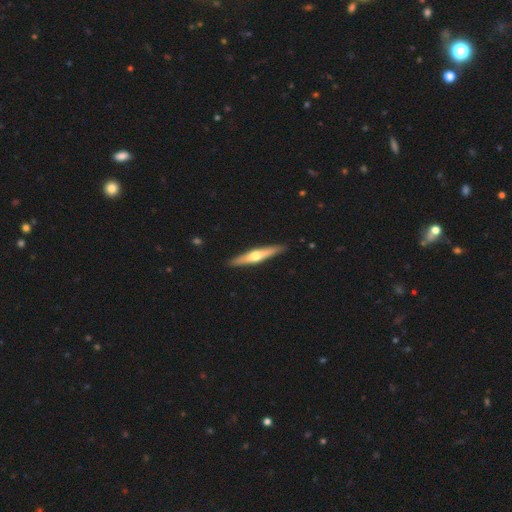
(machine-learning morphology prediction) featured or disk 62%, smooth 33%, star or artifact 5%. Down the decision tree: edge-on disk — yes (96%); edge-on bulge — rounded (93%); merging — none (91%).